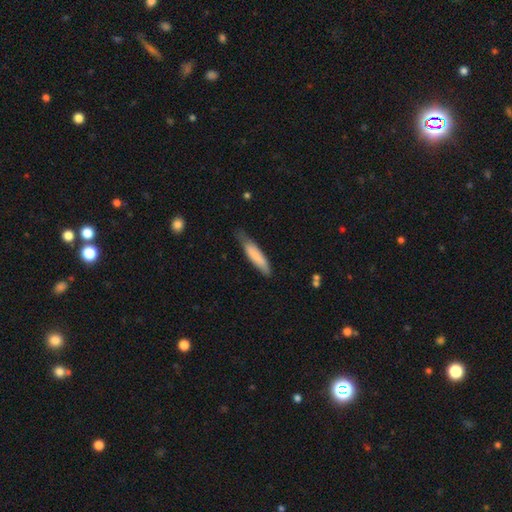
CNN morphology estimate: type=smooth (79%); roundness=cigar-shaped (80%); merging=none (61%).